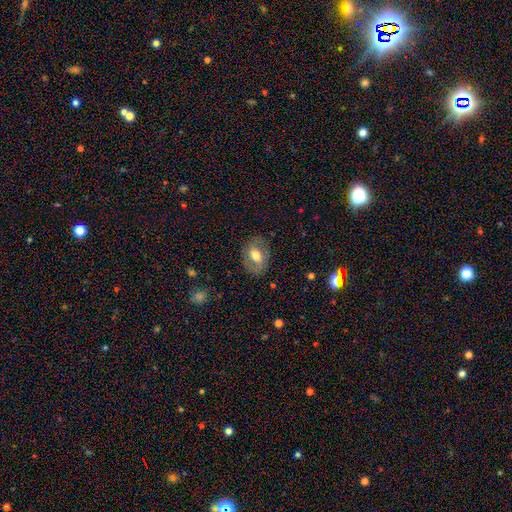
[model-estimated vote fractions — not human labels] Smooth or featured? Predicted: smooth (p=0.53). How rounded? Predicted: in between (p=0.69). Merging? Predicted: none (p=0.79).